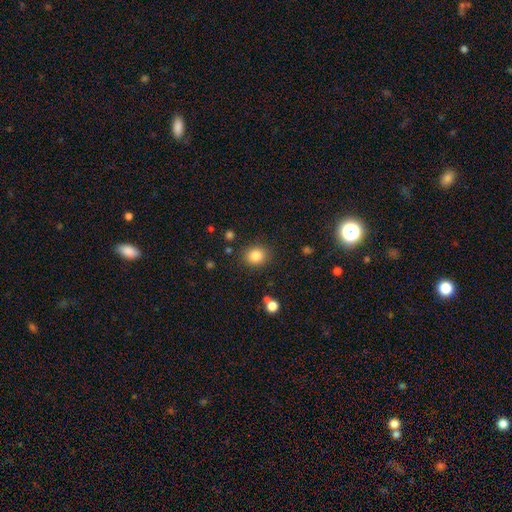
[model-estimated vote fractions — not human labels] Q: Smooth or featured?
A: smooth (84%); runner-up: star or artifact (11%)
Q: How rounded?
A: round (74%); runner-up: in between (25%)
Q: Merging?
A: none (86%); runner-up: minor disturbance (9%)